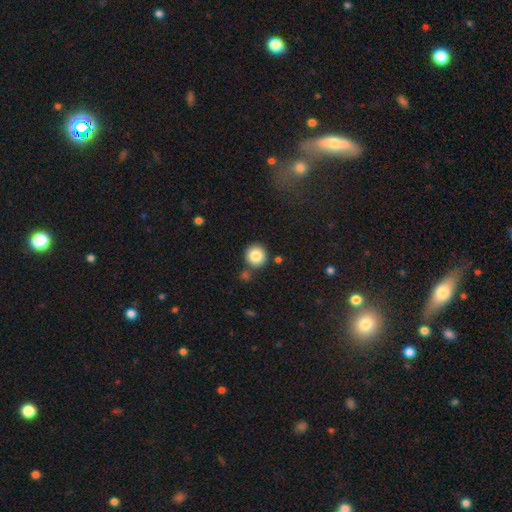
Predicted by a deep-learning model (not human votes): Smooth or featured? smooth (84%)
How rounded? round (93%)
Merging? none (80%)